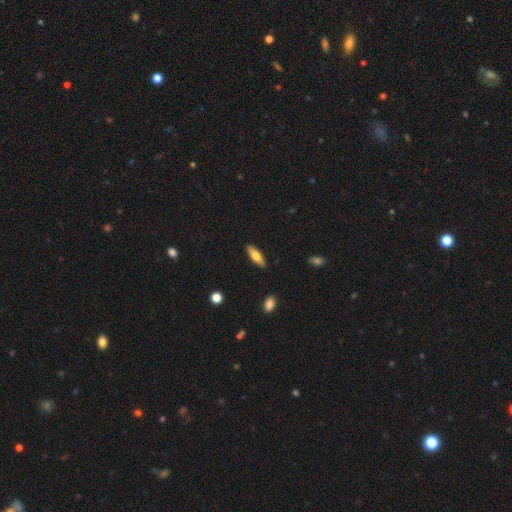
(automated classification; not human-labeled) Smooth or featured?
  - smooth: 71% *
  - featured or disk: 23%
  - star or artifact: 6%
How rounded?
  - in between: 56% *
  - cigar-shaped: 42%
  - round: 2%
Merging?
  - none: 88% *
  - minor disturbance: 9%
  - major disturbance: 2%
  - merger: 1%